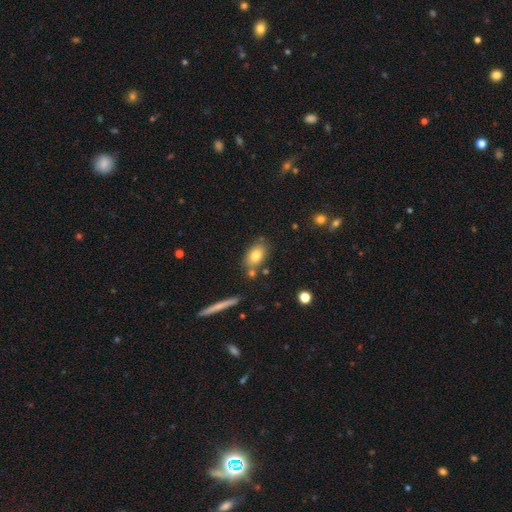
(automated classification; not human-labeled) Smooth or featured?
  - smooth: 78% *
  - featured or disk: 13%
  - star or artifact: 9%
How rounded?
  - in between: 83% *
  - round: 13%
  - cigar-shaped: 4%
Merging?
  - none: 72% *
  - minor disturbance: 13%
  - merger: 11%
  - major disturbance: 3%